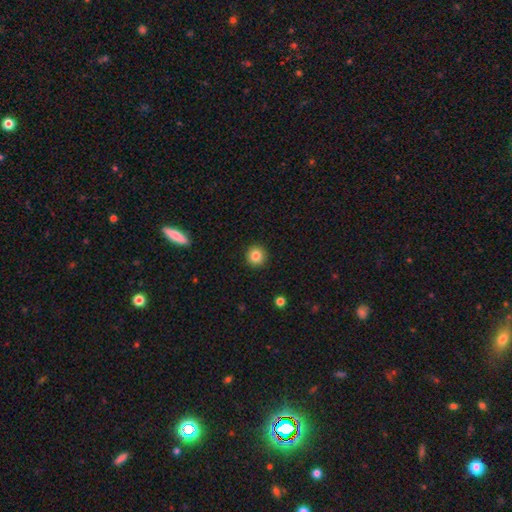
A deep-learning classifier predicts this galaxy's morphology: type=smooth (84%); roundness=round (94%); merging=none (92%).